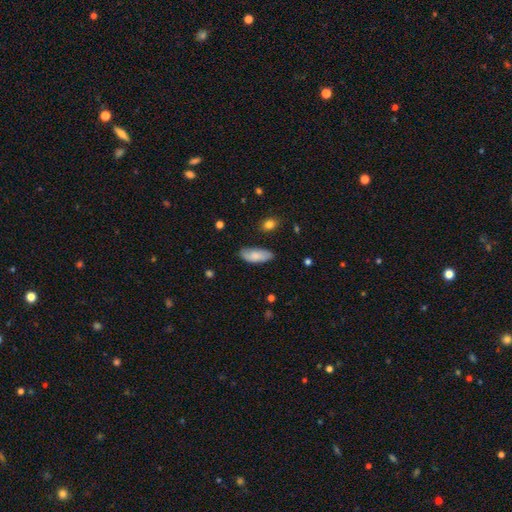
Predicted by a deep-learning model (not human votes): This is likely a smooth galaxy (73%). How rounded: clearly in between (82%). Merging: likely none (77%).